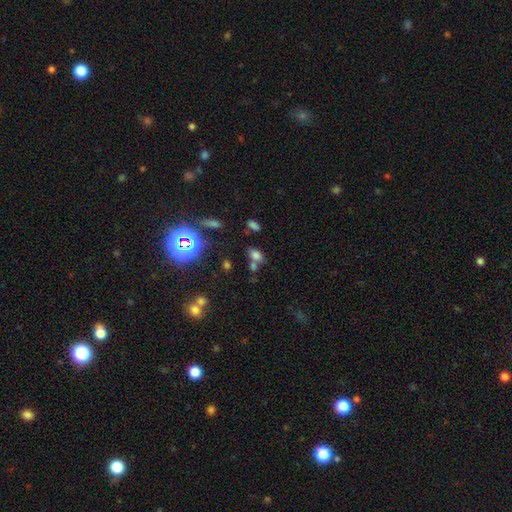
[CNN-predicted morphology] The model was most divided on "merging": none: 50%, merger: 33%, minor disturbance: 12%, major disturbance: 6%. More confident: how rounded — in between (82%); smooth or featured — smooth (65%).